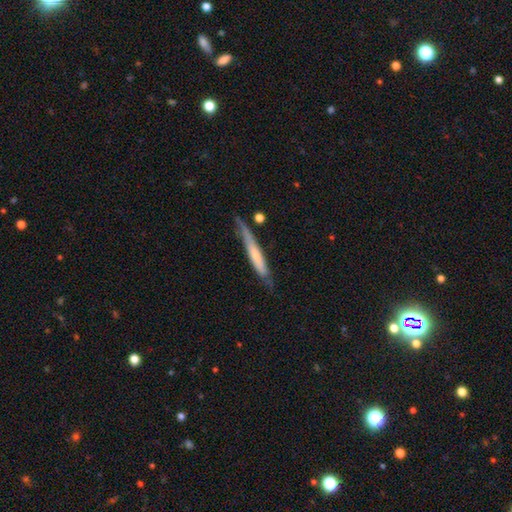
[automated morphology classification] type=smooth (51%); roundness=cigar-shaped (94%); merging=none (65%).